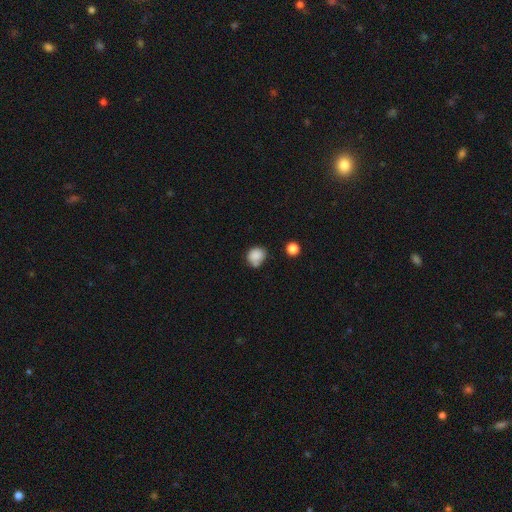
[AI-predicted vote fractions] smooth_or_featured: smooth (p=0.84) [alt: star or artifact p=0.10]
how_rounded: round (p=0.70) [alt: in between p=0.29]
merging: none (p=0.51) [alt: minor disturbance p=0.28]